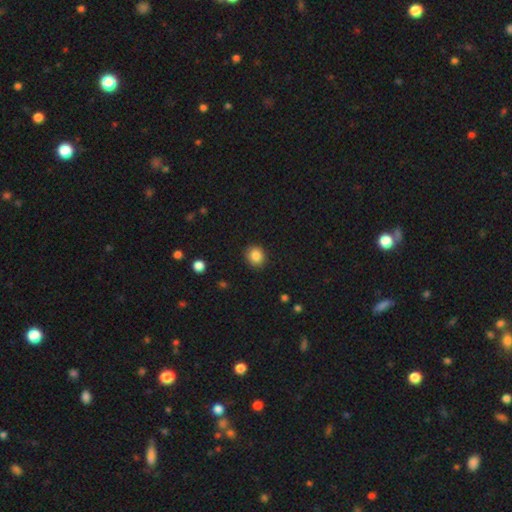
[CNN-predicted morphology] type=smooth (85%); roundness=round (79%); merging=none (89%).